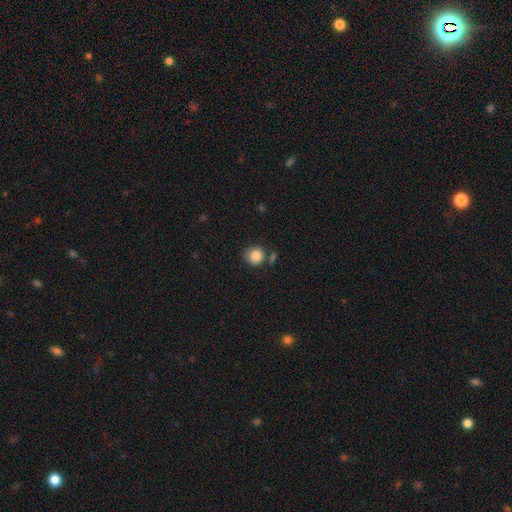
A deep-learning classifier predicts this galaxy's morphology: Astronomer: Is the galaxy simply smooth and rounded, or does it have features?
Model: smooth — 86%.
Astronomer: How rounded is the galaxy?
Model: round — 89%.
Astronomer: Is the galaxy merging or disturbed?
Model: none — 69%.